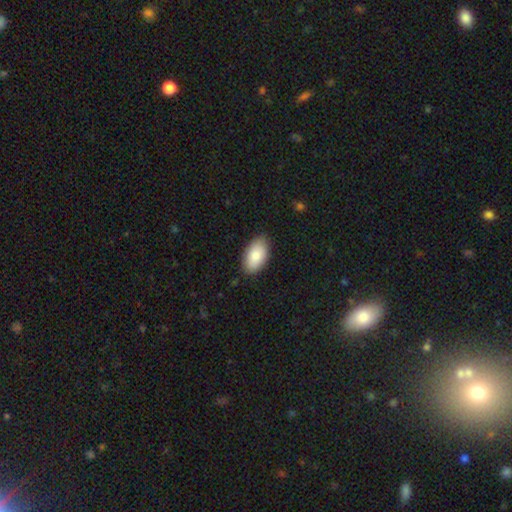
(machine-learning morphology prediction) A smooth galaxy with no disk features (85%) that is in between round and cigar-shaped (95%).

Vote fractions:
- Smooth or featured? smooth: 85% / featured or disk: 9% / star or artifact: 6%
- How rounded? in between: 95% / round: 4% / cigar-shaped: 1%
- Merging? none: 85% / minor disturbance: 12% / major disturbance: 2% / merger: 1%